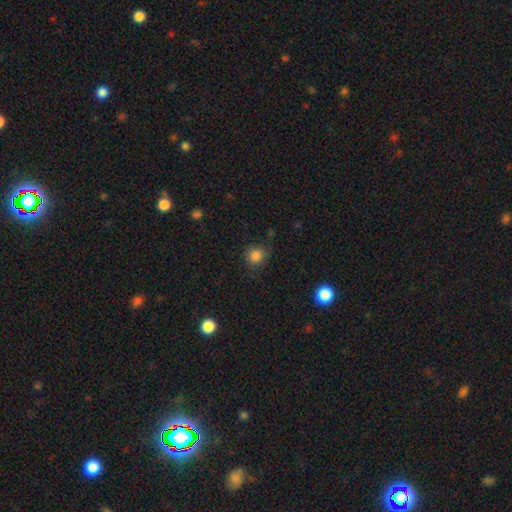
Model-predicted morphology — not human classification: Smooth or featured? smooth (84%)
How rounded? round (88%)
Merging? none (80%)